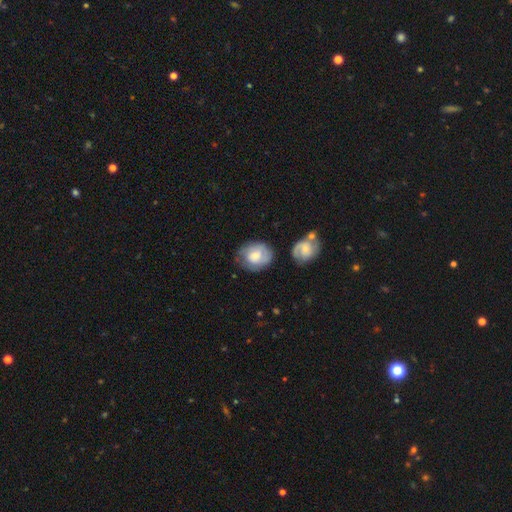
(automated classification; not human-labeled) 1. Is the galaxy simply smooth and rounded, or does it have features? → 57% smooth, 36% featured or disk, 7% star or artifact.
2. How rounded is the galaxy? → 58% round, 41% in between, 1% cigar-shaped.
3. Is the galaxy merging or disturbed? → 59% none, 25% minor disturbance, 10% major disturbance, 6% merger.